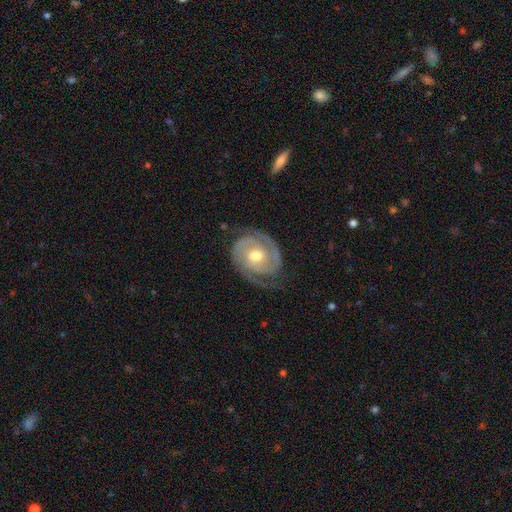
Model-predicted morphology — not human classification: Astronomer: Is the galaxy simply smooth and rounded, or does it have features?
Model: featured or disk — 89%.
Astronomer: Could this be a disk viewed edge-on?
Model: no — 97%.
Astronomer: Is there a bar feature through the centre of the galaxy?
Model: no — 61%.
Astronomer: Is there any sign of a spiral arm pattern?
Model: yes — 97%.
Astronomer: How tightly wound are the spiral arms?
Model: tight — 66%.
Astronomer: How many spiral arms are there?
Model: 2 — 84%.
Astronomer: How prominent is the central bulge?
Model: moderate — 74%.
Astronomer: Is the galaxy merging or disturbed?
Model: none — 75%.